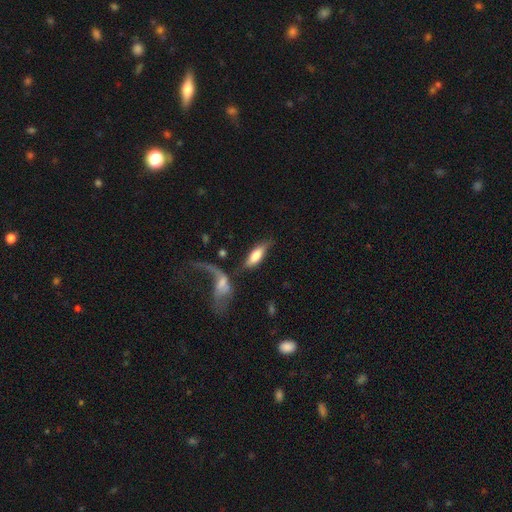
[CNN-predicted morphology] This is likely a smooth galaxy (64%). How rounded: likely in between (68%). Merging: marginally none (43%).